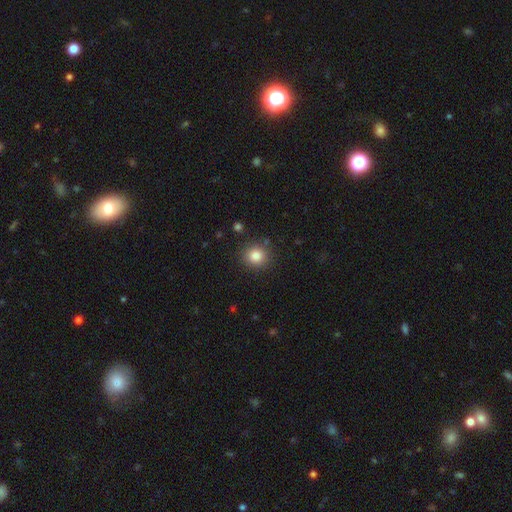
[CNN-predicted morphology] smooth-or-featured: smooth: 84% | star or artifact: 11% | featured or disk: 5%
  how-rounded: round: 83% | in between: 16% | cigar-shaped: 1%
  merging: none: 87% | minor disturbance: 9% | major disturbance: 3% | merger: 2%